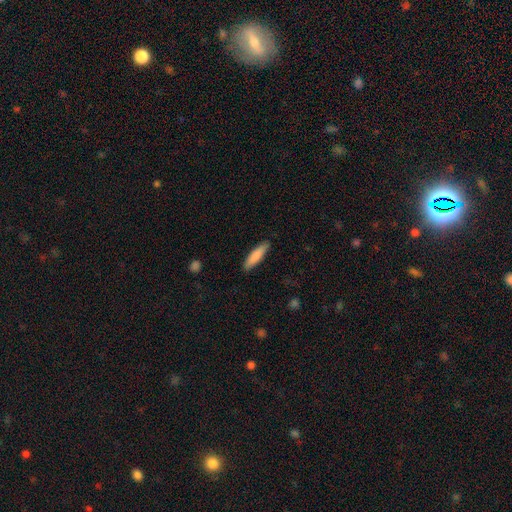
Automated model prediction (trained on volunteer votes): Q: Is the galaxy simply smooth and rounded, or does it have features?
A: smooth — 83%.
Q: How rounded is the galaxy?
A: cigar-shaped — 75%.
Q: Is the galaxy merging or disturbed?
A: none — 89%.